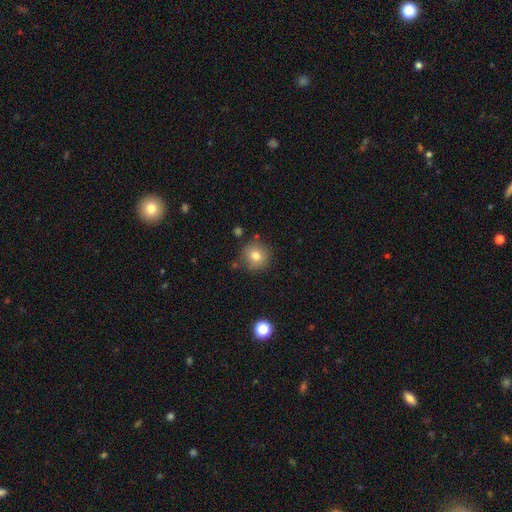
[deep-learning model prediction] smooth 78%, star or artifact 12%, featured or disk 10%. Down the decision tree: how rounded — round (93%); merging — none (83%).